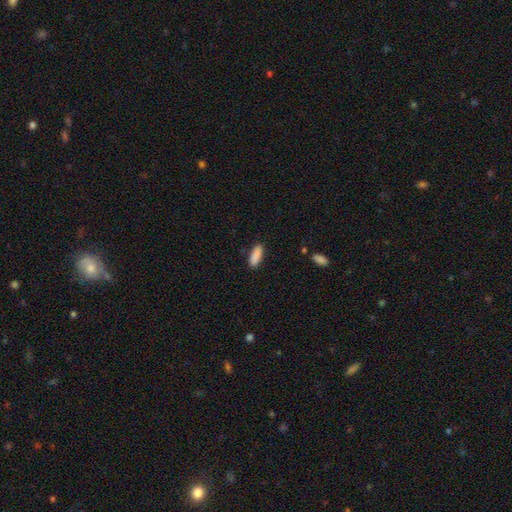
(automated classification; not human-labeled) This appears to be a smooth galaxy with no disk features (89%) that is in between round and cigar-shaped (58%). Merging: none (87%).